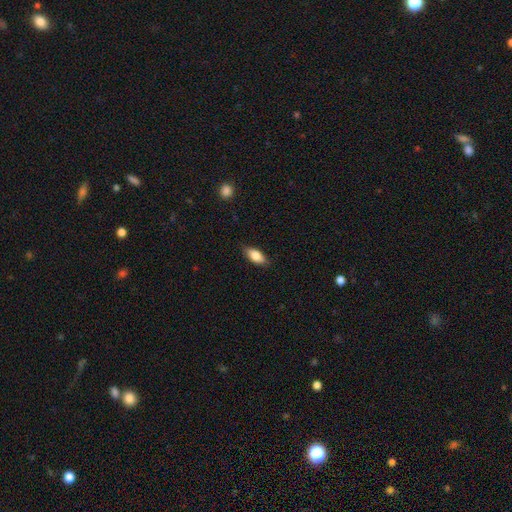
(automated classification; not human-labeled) Q: Smooth or featured?
A: smooth (81%); runner-up: featured or disk (12%)
Q: How rounded?
A: in between (85%); runner-up: cigar-shaped (12%)
Q: Merging?
A: none (84%); runner-up: minor disturbance (12%)